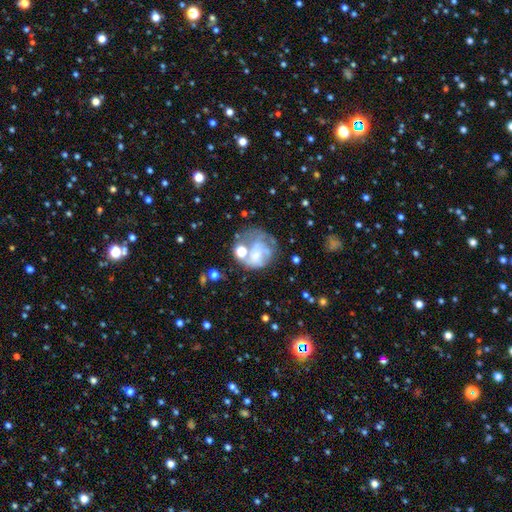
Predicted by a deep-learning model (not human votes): A featured or disk galaxy (51%). Merging: major disturbance (33%).